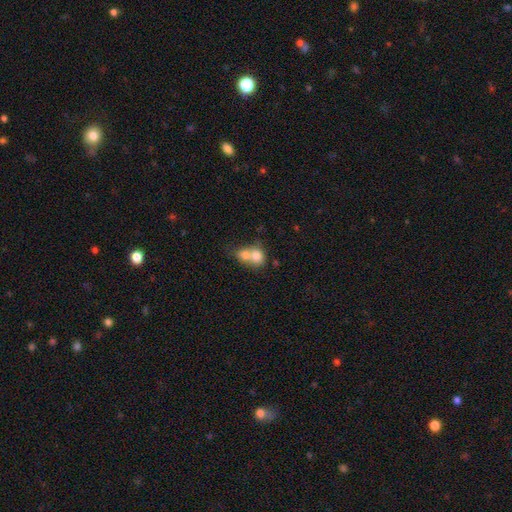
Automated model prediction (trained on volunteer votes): This appears to be a smooth galaxy with no disk features (75%) that is round (64%). Merging: merger (71%).